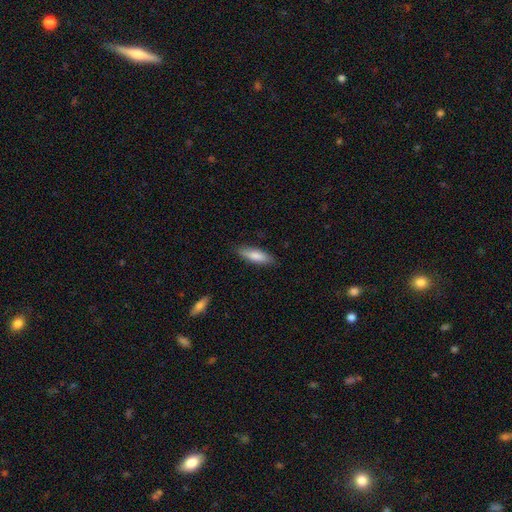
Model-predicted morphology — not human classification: type=smooth (80%); roundness=cigar-shaped (54%); merging=none (86%).